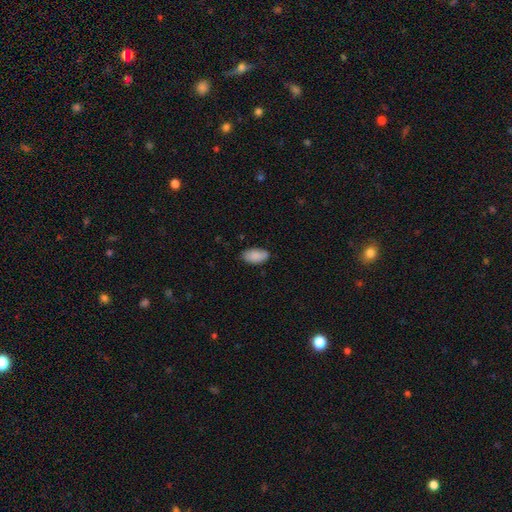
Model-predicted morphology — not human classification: Smooth or featured? smooth (88%)
How rounded? in between (94%)
Merging? none (80%)